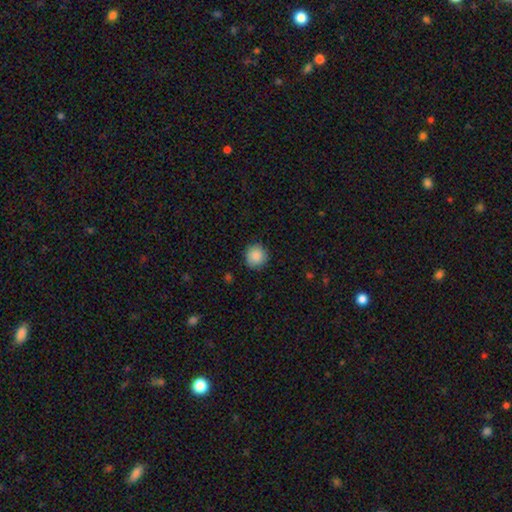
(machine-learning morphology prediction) This is clearly a smooth galaxy (88%). How rounded: clearly round (92%). Merging: clearly none (89%).